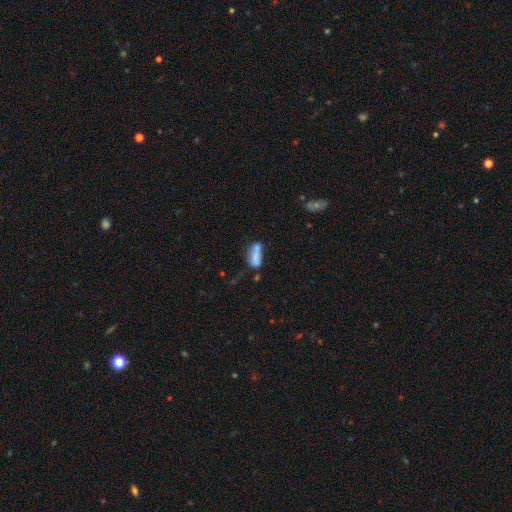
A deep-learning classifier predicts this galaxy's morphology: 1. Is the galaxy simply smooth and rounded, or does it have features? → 71% smooth, 20% featured or disk, 10% star or artifact.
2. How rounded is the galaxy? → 67% in between, 30% cigar-shaped, 3% round.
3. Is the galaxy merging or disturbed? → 33% none, 31% merger, 22% minor disturbance, 14% major disturbance.